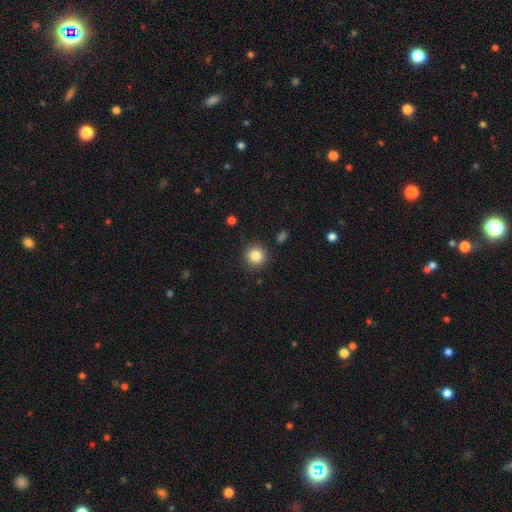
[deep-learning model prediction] This appears to be a smooth galaxy with no disk features (85%) that is round (94%). Merging: none (90%).